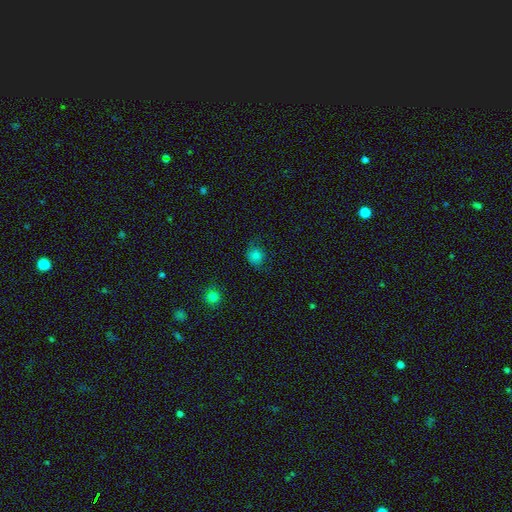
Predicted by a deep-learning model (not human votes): smooth_or_featured: smooth (p=0.79) [alt: star or artifact p=0.14]
how_rounded: round (p=0.76) [alt: in between p=0.23]
merging: none (p=0.67) [alt: minor disturbance p=0.24]